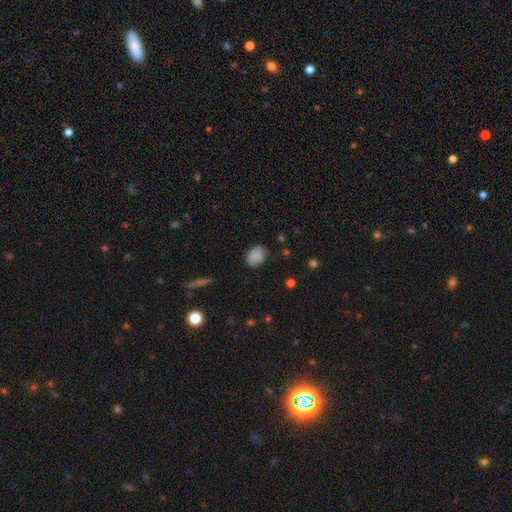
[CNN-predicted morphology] smooth_or_featured: smooth (p=0.71) [alt: featured or disk p=0.19]
how_rounded: in between (p=0.62) [alt: round p=0.37]
merging: none (p=0.70) [alt: minor disturbance p=0.23]